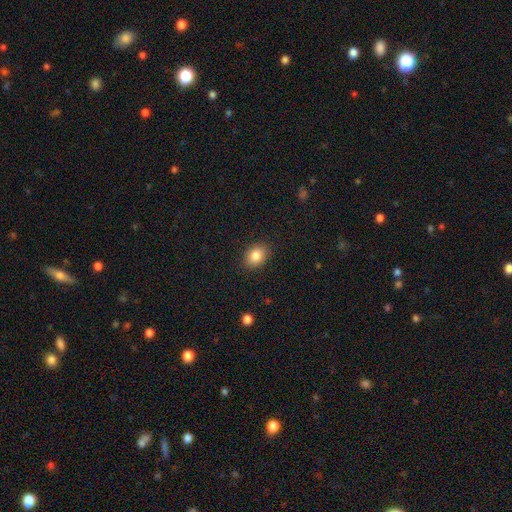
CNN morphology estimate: This is clearly a smooth galaxy (85%). How rounded: likely in between (68%). Merging: clearly none (88%).